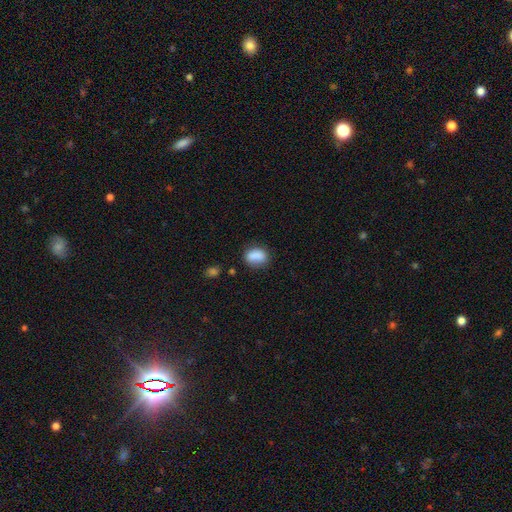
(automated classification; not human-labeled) Smooth or featured? smooth (86%)
How rounded? in between (70%)
Merging? none (67%)